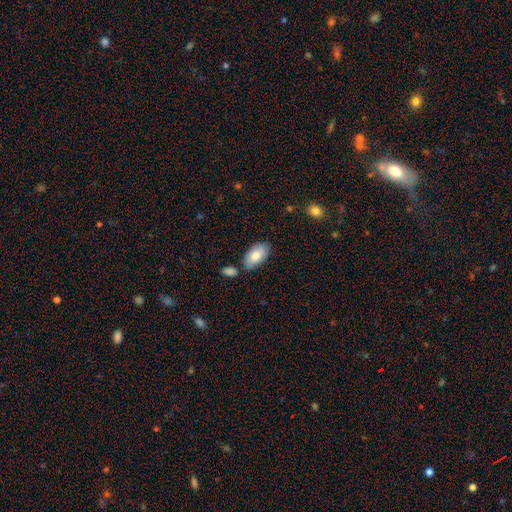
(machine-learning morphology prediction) A smooth galaxy with no disk features (82%) that is in between round and cigar-shaped (95%). Merging: none (75%).